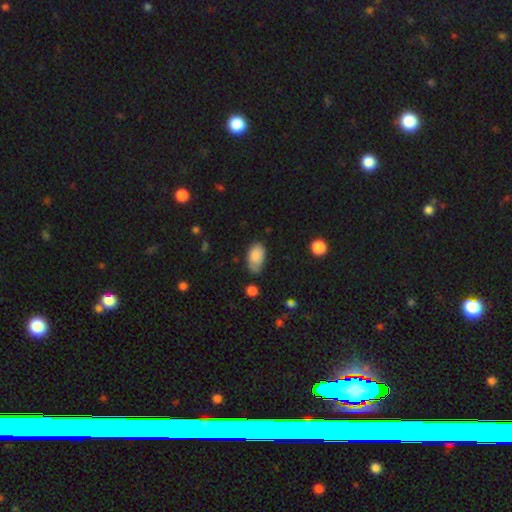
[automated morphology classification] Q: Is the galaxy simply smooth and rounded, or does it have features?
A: smooth — 86%.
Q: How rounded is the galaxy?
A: in between — 94%.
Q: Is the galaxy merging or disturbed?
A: none — 57%.